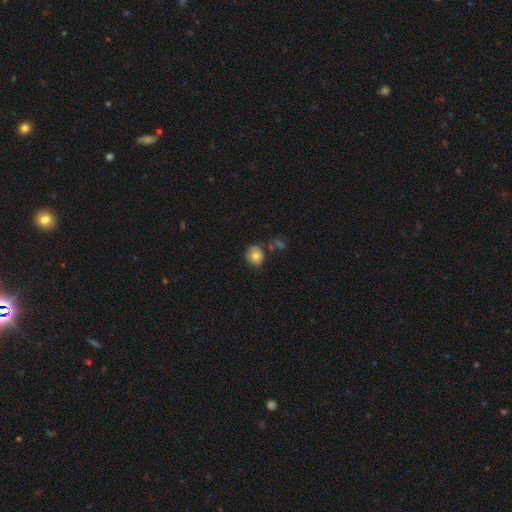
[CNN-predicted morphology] Overall: smooth (71%). How rounded: round (87%). Merging: none (74%).